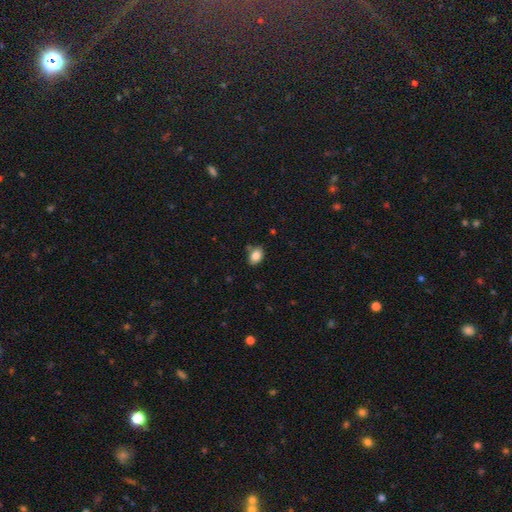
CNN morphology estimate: The model was most divided on "merging": none: 76%, minor disturbance: 16%, merger: 5%, major disturbance: 3%. More confident: smooth or featured — smooth (84%); how rounded — in between (81%).